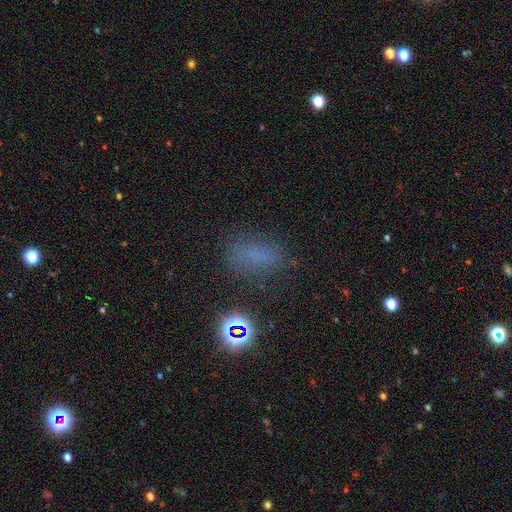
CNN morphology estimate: Overall: smooth (56%; star or artifact 30%). How rounded: in between (66%). Merging: none (68%).